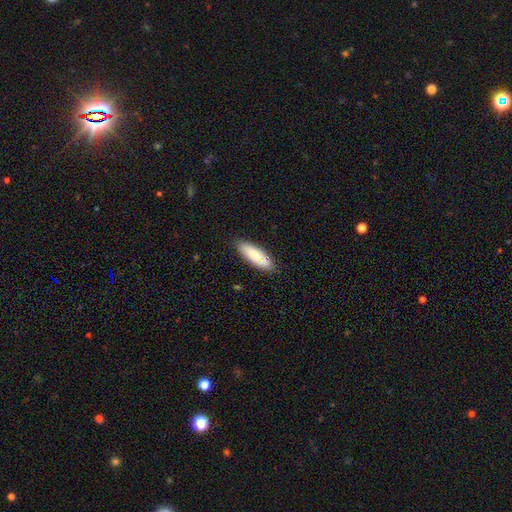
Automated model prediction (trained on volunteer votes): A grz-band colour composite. It shows a smooth galaxy with no disk features (77%) that is in between round and cigar-shaped (55%). Merging: none (84%).